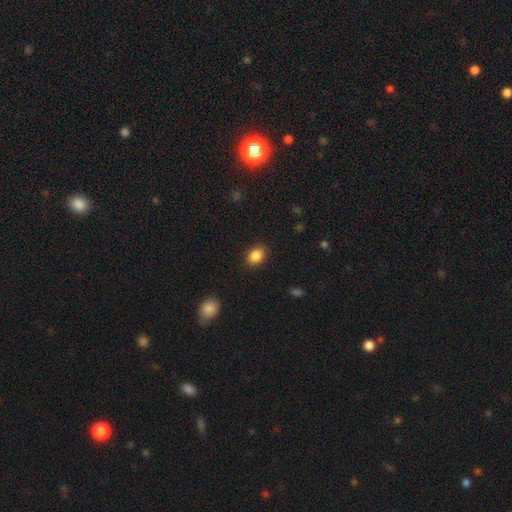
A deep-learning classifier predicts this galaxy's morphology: A smooth galaxy with no disk features (87%) that is in between round and cigar-shaped (64%).

Vote fractions:
- Smooth or featured? smooth: 87% / star or artifact: 9% / featured or disk: 4%
- How rounded? in between: 64% / round: 35% / cigar-shaped: 1%
- Merging? none: 88% / minor disturbance: 9% / major disturbance: 3% / merger: 1%